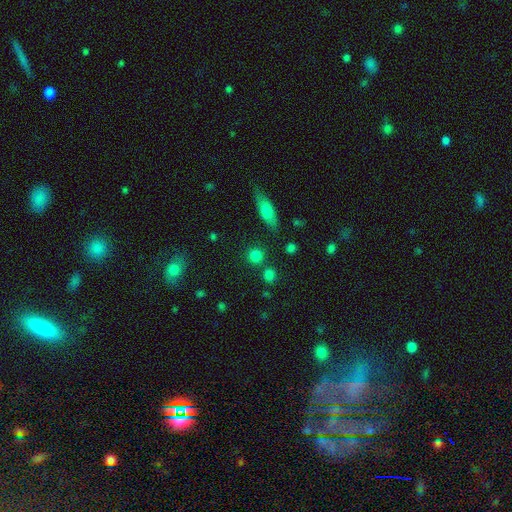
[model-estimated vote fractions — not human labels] Q: Smooth or featured?
A: smooth (81%); runner-up: star or artifact (12%)
Q: How rounded?
A: round (88%); runner-up: in between (10%)
Q: Merging?
A: none (79%); runner-up: merger (10%)